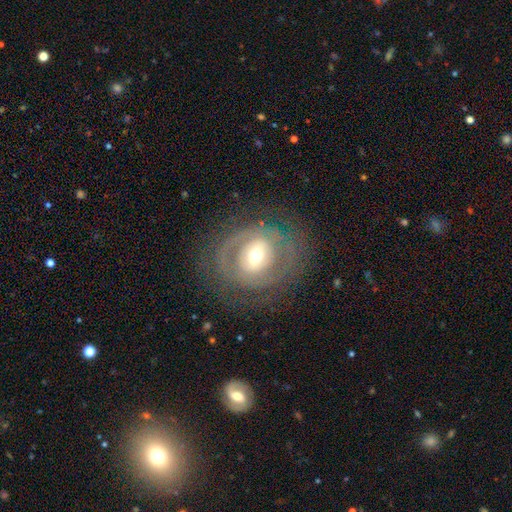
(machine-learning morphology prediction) A featured or disk galaxy (72%) with no bar (40%), spiral arms (64%) and a moderate central bulge (56%).

Vote fractions:
- Smooth or featured? featured or disk: 72% / smooth: 21% / star or artifact: 7%
- Edge-on disk? no: 96% / yes: 4%
- Bar? no: 40% / weak: 39% / strong: 20%
- Spiral arms? yes: 64% / no: 36%
- Bulge size? moderate: 56% / small: 33% / large: 9% / dominant: 1% / none: 1%
- Merging? none: 72% / minor disturbance: 15% / major disturbance: 12% / merger: 1%